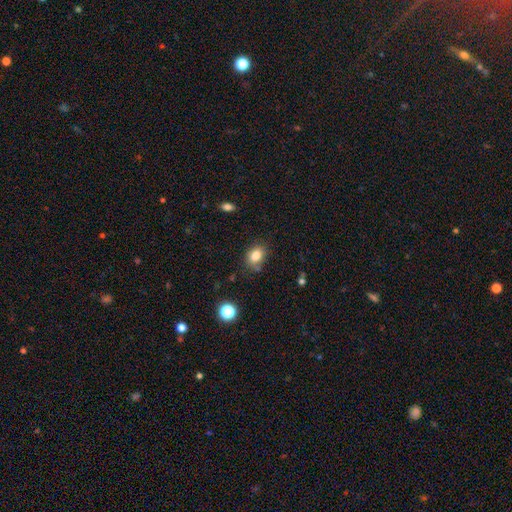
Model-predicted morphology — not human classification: type=smooth (82%); roundness=in between (70%); merging=none (71%).